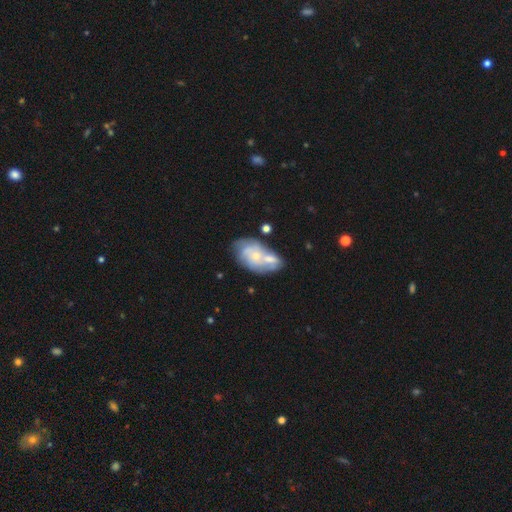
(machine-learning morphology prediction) Smooth or featured? Predicted: featured or disk (p=0.57). Edge-on disk? Predicted: no (p=0.96). Bar? Predicted: no (p=0.81). Spiral arms? Predicted: yes (p=0.55). Bulge size? Predicted: small (p=0.62). Merging? Predicted: merger (p=0.53).